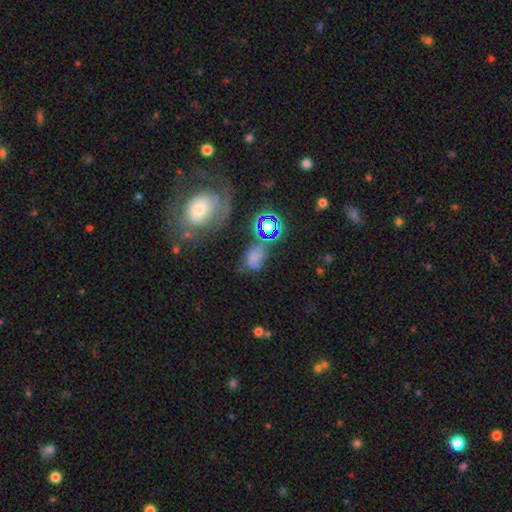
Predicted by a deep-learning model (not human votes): Smooth or featured? smooth (47%)
Merging? none (38%)